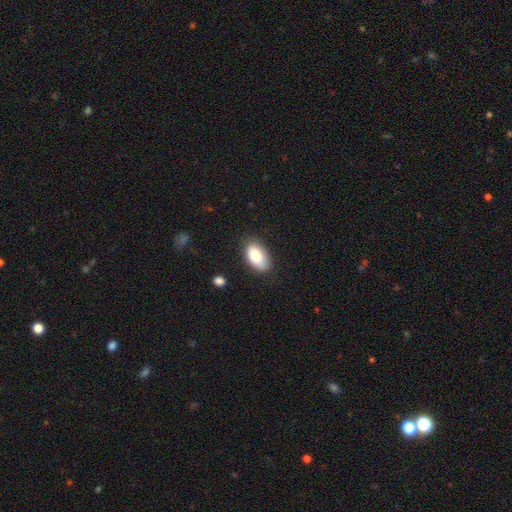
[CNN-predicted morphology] Smooth or featured: smooth — 85% (featured or disk — 8%)
How rounded: in between — 94% (round — 4%)
Merging: none — 83% (minor disturbance — 13%)